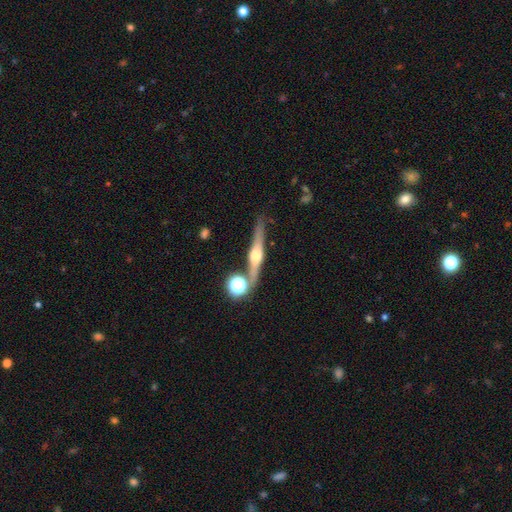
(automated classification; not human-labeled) The model was most divided on "smooth or featured": featured or disk: 77%, smooth: 16%, star or artifact: 7%. More confident: edge-on disk — yes (97%); edge-on bulge — rounded (93%); merging — none (79%).